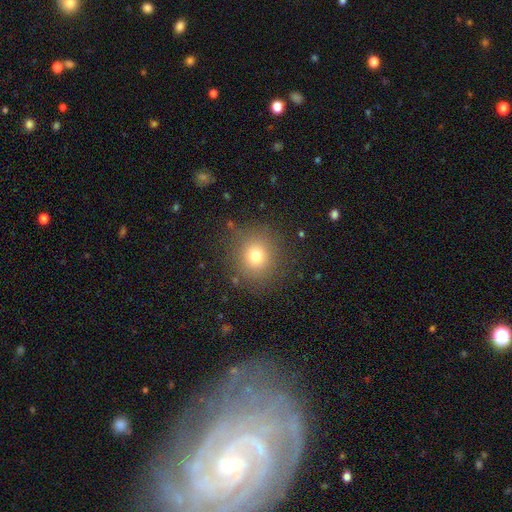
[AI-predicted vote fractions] A smooth galaxy with no disk features (74%) that is round (89%).

Vote fractions:
- Smooth or featured? smooth: 74% / star or artifact: 16% / featured or disk: 10%
- How rounded? round: 89% / in between: 10% / cigar-shaped: 1%
- Merging? none: 86% / minor disturbance: 9% / major disturbance: 4% / merger: 2%